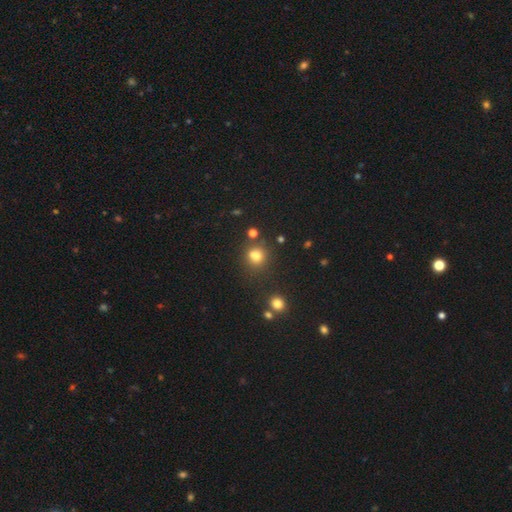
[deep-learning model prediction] Q: Smooth or featured?
A: smooth (75%); runner-up: star or artifact (17%)
Q: How rounded?
A: round (78%); runner-up: in between (21%)
Q: Merging?
A: none (63%); runner-up: merger (20%)